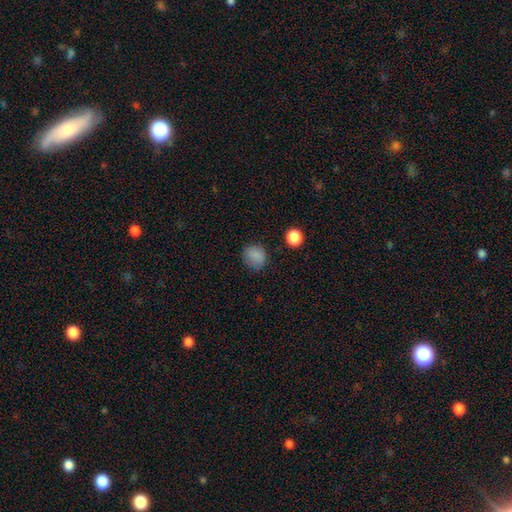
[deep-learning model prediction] A smooth galaxy with no disk features (83%) that is round (75%).

Vote fractions:
- Smooth or featured? smooth: 83% / star or artifact: 12% / featured or disk: 4%
- How rounded? round: 75% / in between: 24% / cigar-shaped: 1%
- Merging? none: 78% / minor disturbance: 16% / major disturbance: 4% / merger: 2%